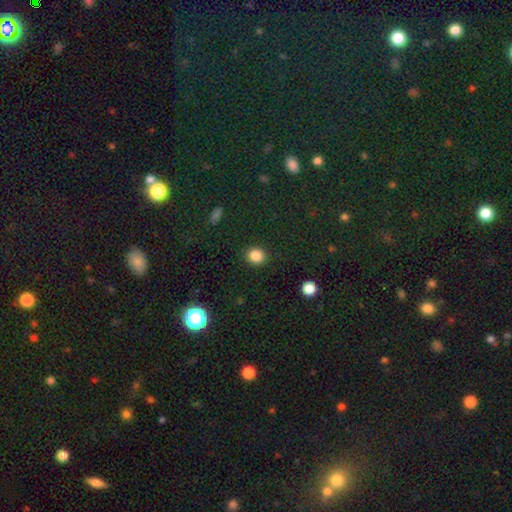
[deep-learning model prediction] Overall: smooth (85%). How rounded: round (83%). Merging: none (91%).